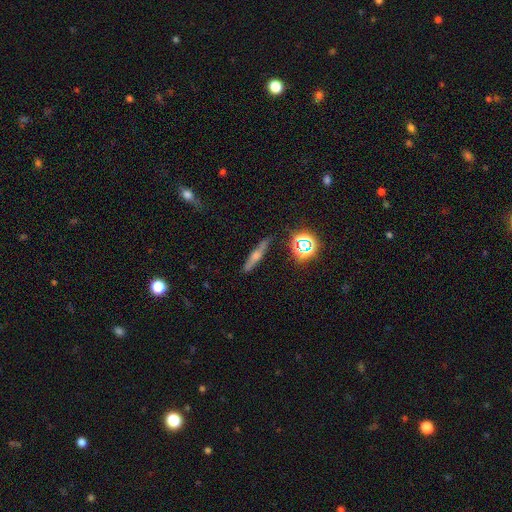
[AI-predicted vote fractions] The model was most divided on "smooth or featured": featured or disk: 51%, smooth: 33%, star or artifact: 15%. More confident: edge-on disk — yes (93%); merging — none (86%).